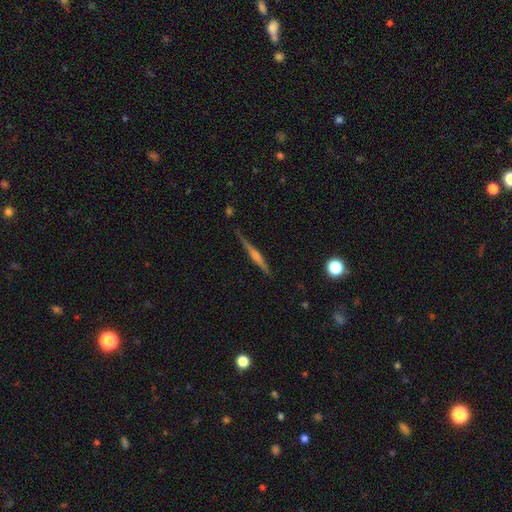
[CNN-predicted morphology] Smooth or featured? featured or disk (69%)
Edge-on disk? yes (98%)
Edge-on bulge? rounded (68%)
Merging? none (86%)